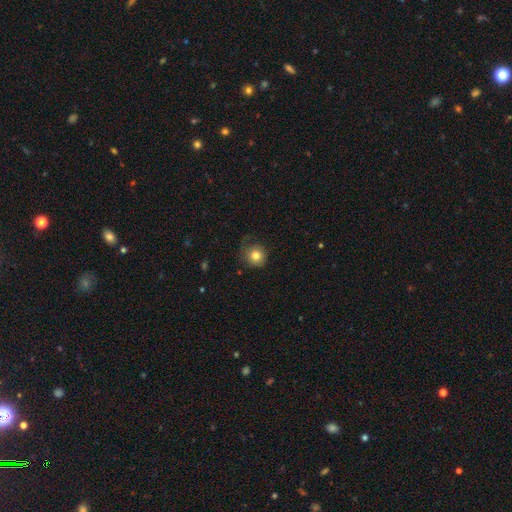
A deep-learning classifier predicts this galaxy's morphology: Q: Smooth or featured?
A: smooth (80%); runner-up: featured or disk (10%)
Q: How rounded?
A: round (90%); runner-up: in between (9%)
Q: Merging?
A: none (63%); runner-up: minor disturbance (23%)